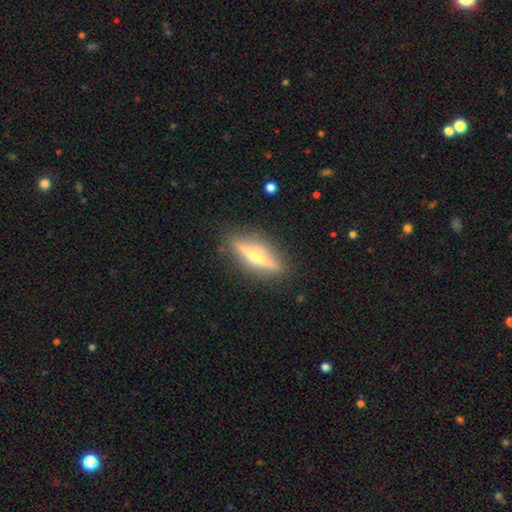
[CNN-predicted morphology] The model was most divided on "smooth or featured": featured or disk: 72%, smooth: 22%, star or artifact: 6%. More confident: edge-on disk — yes (94%); edge-on bulge — rounded (92%); merging — none (88%).